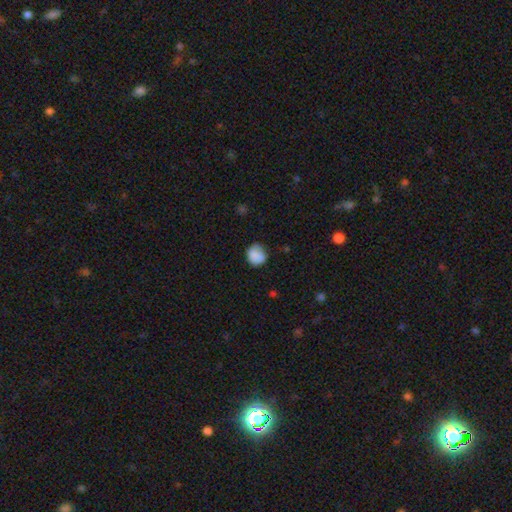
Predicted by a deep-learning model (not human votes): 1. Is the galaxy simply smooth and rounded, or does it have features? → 85% smooth, 8% star or artifact, 6% featured or disk.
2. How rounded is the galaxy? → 77% round, 22% in between, 1% cigar-shaped.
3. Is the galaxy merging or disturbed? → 62% none, 29% minor disturbance, 7% major disturbance, 2% merger.